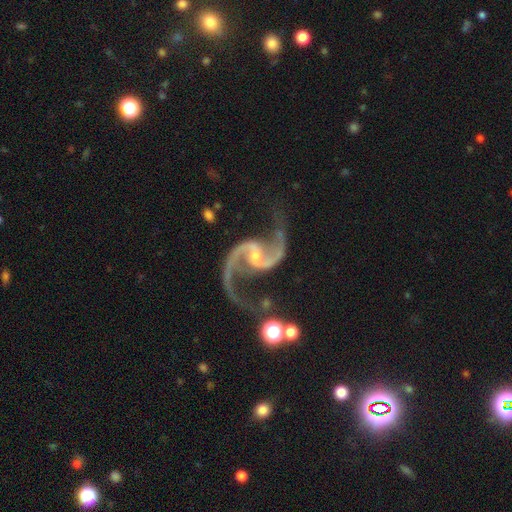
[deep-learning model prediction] This is clearly a featured or disk galaxy (94%). It is clearly not viewed edge-on (98%). Bar: marginally weak (43%). Spiral arm pattern: clearly yes (98%). Spiral arm count: clearly 2 (95%). Spiral winding: possibly loose (56%). Central bulge: likely small (74%). Merging: likely none (71%).